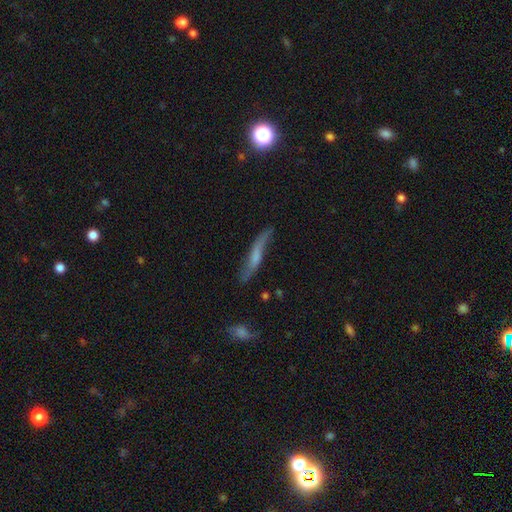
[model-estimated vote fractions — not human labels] Morphology: type=featured or disk (53%); edge-on=yes (63%); merging=none (68%).